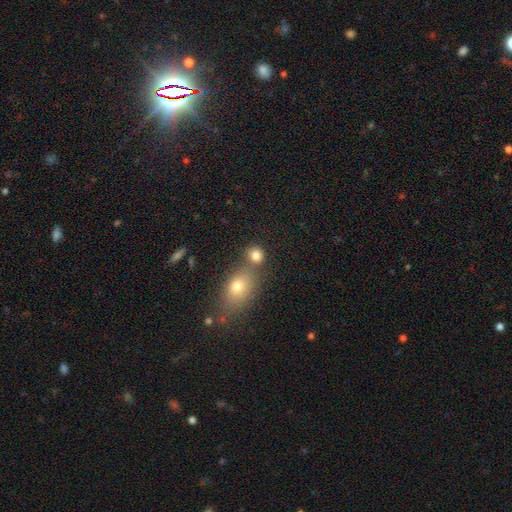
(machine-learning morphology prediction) Smooth or featured?
  - smooth: 80% *
  - star or artifact: 12%
  - featured or disk: 8%
How rounded?
  - round: 76% *
  - in between: 23%
  - cigar-shaped: 1%
Merging?
  - none: 56% *
  - merger: 31%
  - minor disturbance: 9%
  - major disturbance: 4%